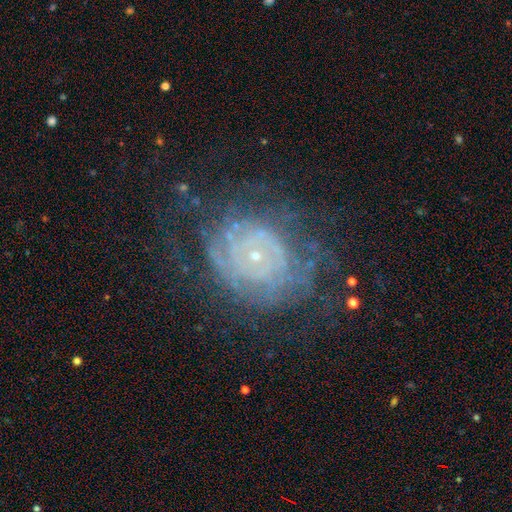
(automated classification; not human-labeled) Smooth or featured? featured or disk (79%)
Edge-on disk? no (97%)
Bar? no (80%)
Spiral arms? yes (87%)
Spiral winding? tight (78%)
Spiral arm count? can't tell (46%)
Bulge size? small (85%)
Merging? none (66%)